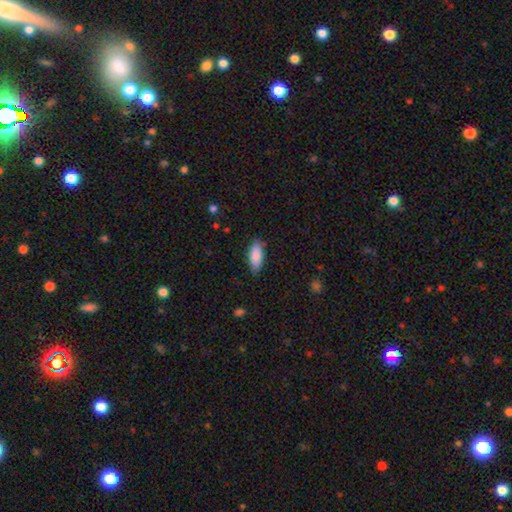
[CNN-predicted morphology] The model was most divided on "how rounded": in between: 76%, cigar-shaped: 22%, round: 2%. More confident: smooth or featured — smooth (88%); merging — none (84%).